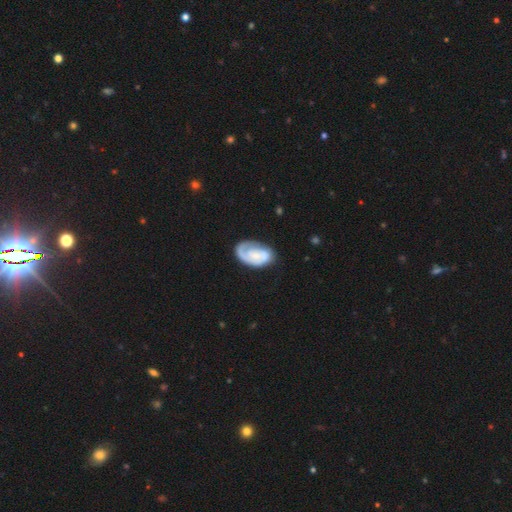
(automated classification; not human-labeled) smooth-or-featured: featured or disk: 68% | smooth: 27% | star or artifact: 5%
  disk-edge-on: no: 97% | yes: 3%
    bar: no: 69% | weak: 26% | strong: 5%
    has-spiral-arms: yes: 90% | no: 10%
      spiral-winding: tight: 51% | medium: 33% | loose: 16%
      spiral-arm-count: 1: 53% | 2: 31% | can't tell: 12% | 3: 3% | 4: 1% | more than 4: 1%
    bulge-size: small: 48% | none: 25% | moderate: 20% | large: 5% | dominant: 2%
  merging: none: 61% | minor disturbance: 23% | major disturbance: 13% | merger: 3%